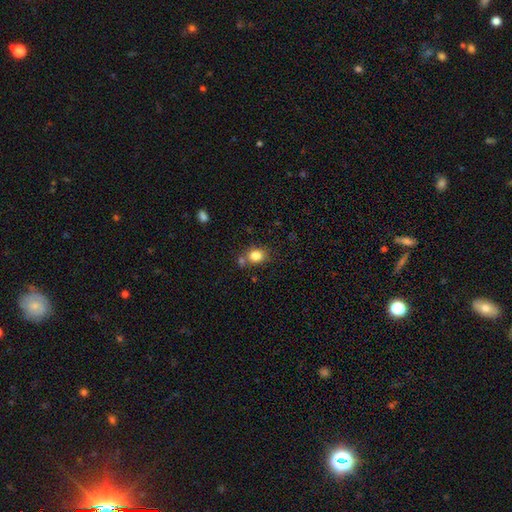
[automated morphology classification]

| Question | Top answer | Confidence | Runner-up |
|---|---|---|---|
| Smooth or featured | smooth | 82% | star or artifact (11%) |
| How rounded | round | 56% | in between (43%) |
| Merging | none | 64% | merger (17%) |